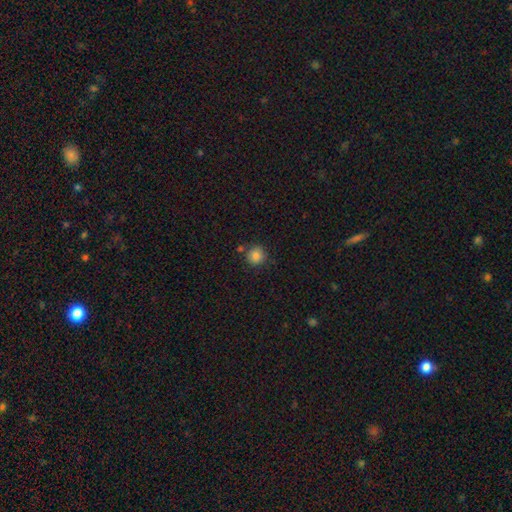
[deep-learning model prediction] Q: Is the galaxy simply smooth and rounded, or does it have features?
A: smooth — 85%.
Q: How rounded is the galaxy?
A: round — 91%.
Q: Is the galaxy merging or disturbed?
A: none — 78%.